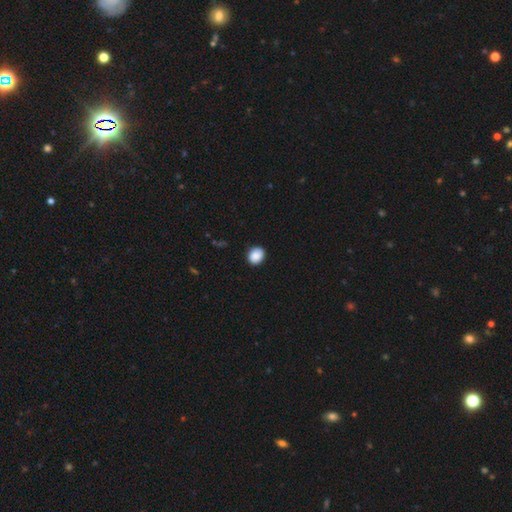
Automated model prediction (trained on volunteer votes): Morphology: type=smooth (88%); roundness=round (64%); merging=none (89%).